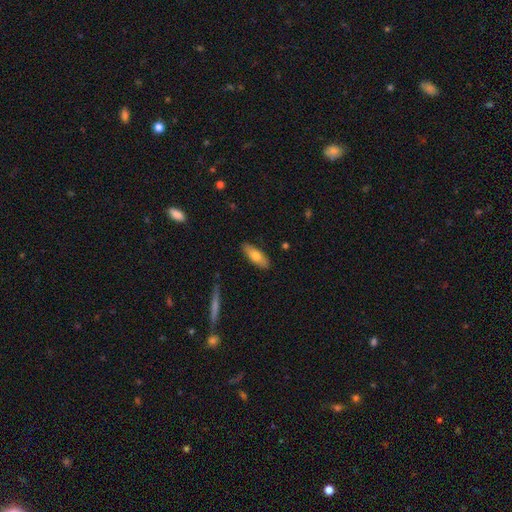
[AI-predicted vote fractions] Morphology: type=smooth (70%); roundness=in between (64%); merging=none (87%).